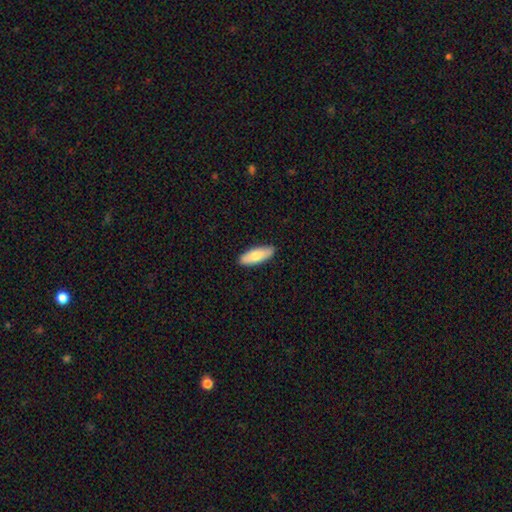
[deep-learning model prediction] Smooth or featured: smooth — 77% (featured or disk — 17%)
How rounded: in between — 67% (cigar-shaped — 31%)
Merging: none — 89% (minor disturbance — 8%)